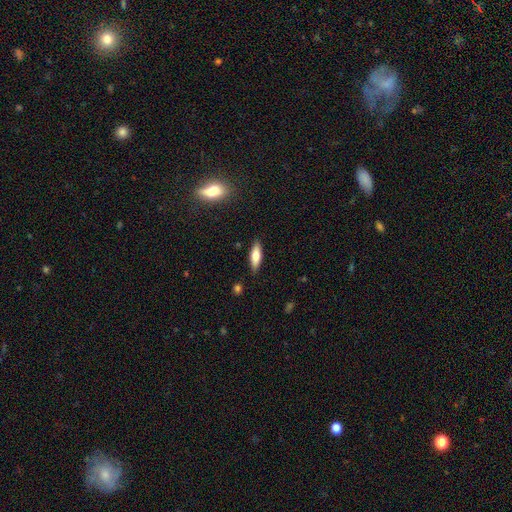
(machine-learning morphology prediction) Smooth or featured? Predicted: smooth (p=0.69). How rounded? Predicted: cigar-shaped (p=0.49, tied with in between). Merging? Predicted: none (p=0.87).